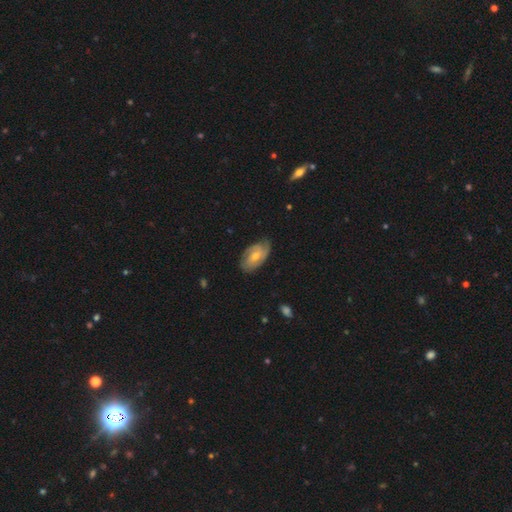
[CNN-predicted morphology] A featured or disk galaxy (66%) with no bar (66%), 2 (42%) tight (55%) spiral arms (89%) and a moderate central bulge (57%). Merging: none (72%).